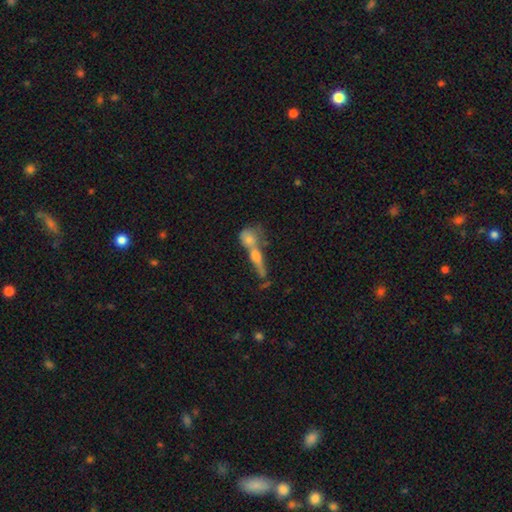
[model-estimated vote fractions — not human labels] featured or disk 42%, smooth 40%, star or artifact 18%. Down the decision tree: merging — merger (54%).